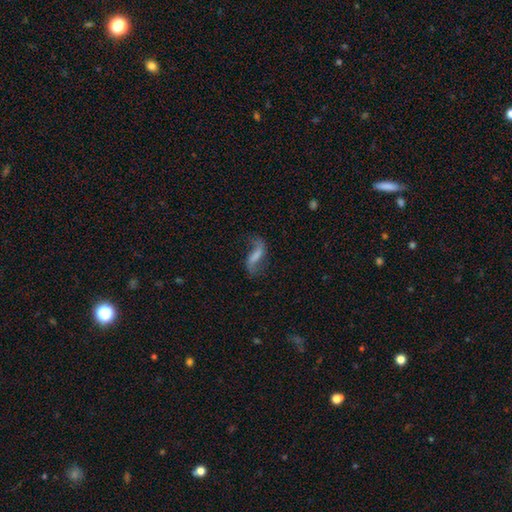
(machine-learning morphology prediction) Smooth or featured? Predicted: featured or disk (p=0.64). Edge-on disk? Predicted: no (p=0.92). Bar? Predicted: strong (p=0.42). Spiral arms? Predicted: yes (p=0.88). Spiral winding? Predicted: loose (p=0.87). Spiral arm count? Predicted: 2 (p=0.88). Bulge size? Predicted: none (p=0.56). Merging? Predicted: none (p=0.63).